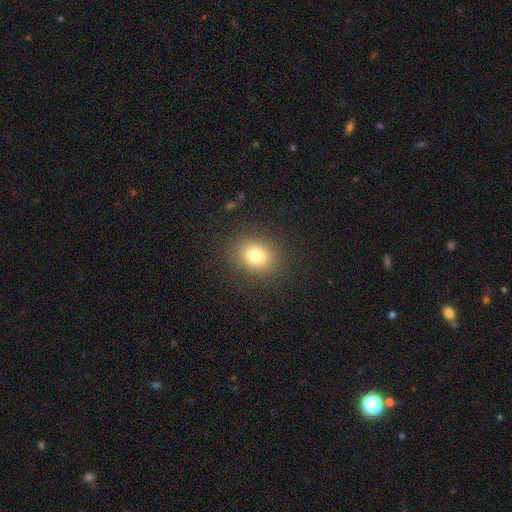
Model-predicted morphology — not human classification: smooth_or_featured: smooth (p=0.78) [alt: star or artifact p=0.13]
how_rounded: round (p=0.58) [alt: in between p=0.41]
merging: none (p=0.87) [alt: minor disturbance p=0.08]